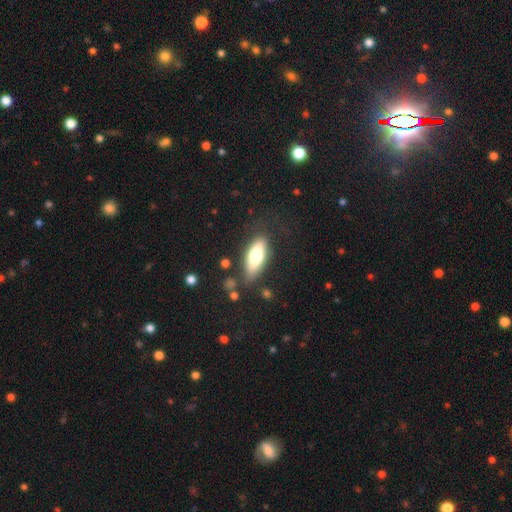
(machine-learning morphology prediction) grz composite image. It shows a smooth galaxy with no disk features (67%) that is in between round and cigar-shaped (72%). Merging: none (74%).